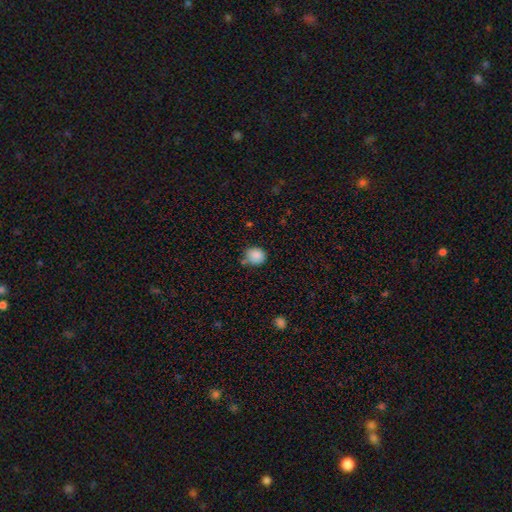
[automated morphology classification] A smooth galaxy with no disk features (86%) that is round (76%).

Vote fractions:
- Smooth or featured? smooth: 86% / star or artifact: 9% / featured or disk: 5%
- How rounded? round: 76% / in between: 23% / cigar-shaped: 1%
- Merging? none: 64% / minor disturbance: 23% / merger: 8% / major disturbance: 5%